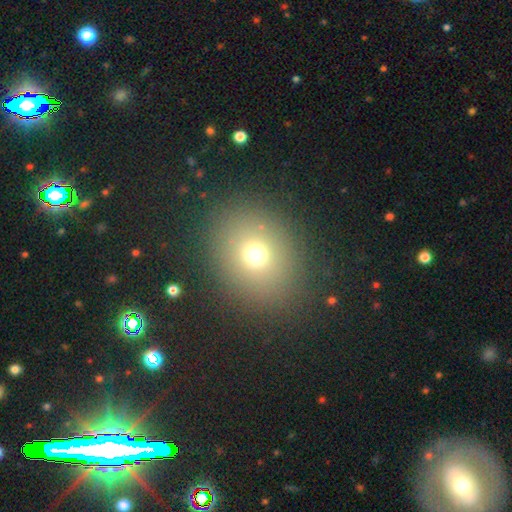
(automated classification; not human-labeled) Morphology: type=smooth (71%); roundness=round (65%); merging=none (86%).